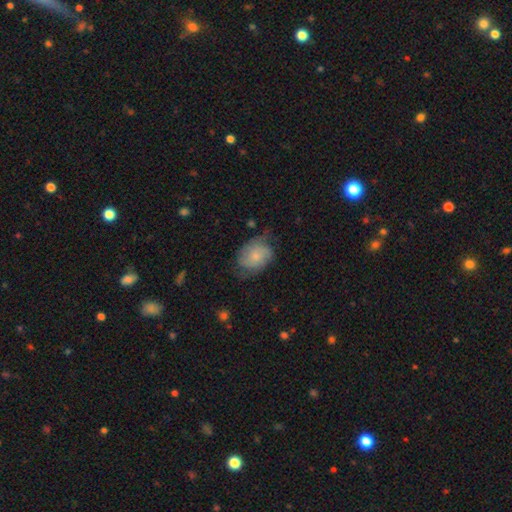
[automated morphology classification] Smooth or featured? Predicted: smooth (p=0.58). How rounded? Predicted: in between (p=0.66). Merging? Predicted: none (p=0.51).